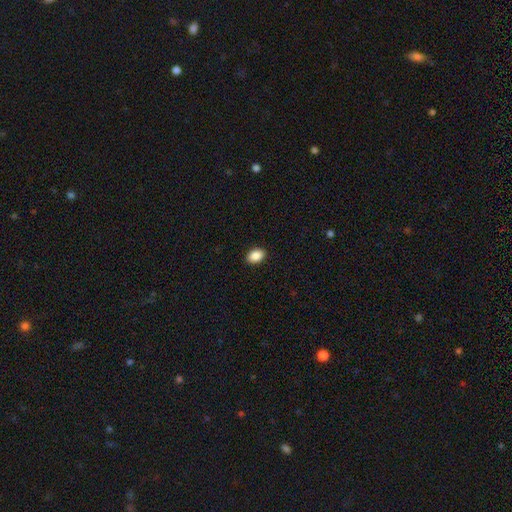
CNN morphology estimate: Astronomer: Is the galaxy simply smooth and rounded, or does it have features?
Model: smooth — 89%.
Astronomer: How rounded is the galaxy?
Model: in between — 83%.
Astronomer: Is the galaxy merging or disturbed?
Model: none — 91%.